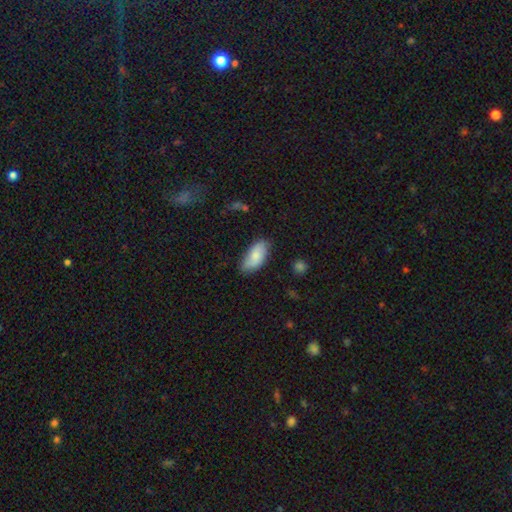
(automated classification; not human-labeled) Morphology: type=smooth (78%); roundness=in between (92%); merging=none (71%).